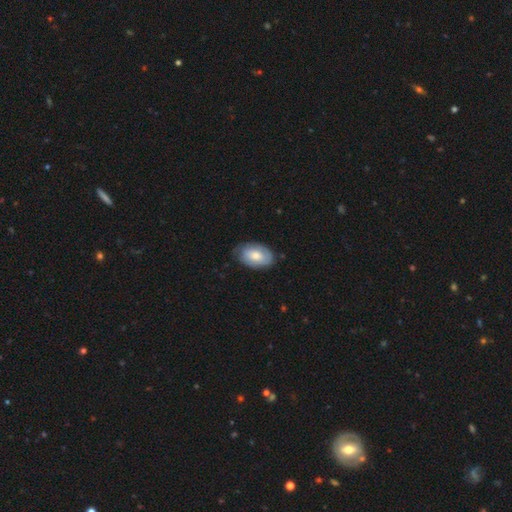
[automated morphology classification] smooth 59%, featured or disk 36%, star or artifact 6%. Down the decision tree: how rounded — in between (90%); merging — none (72%).